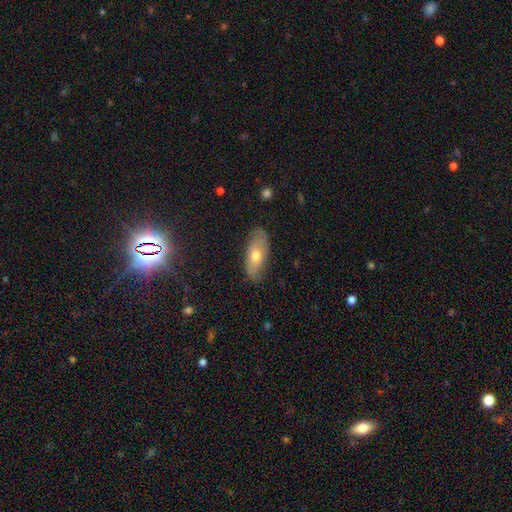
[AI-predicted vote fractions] A smooth galaxy with no disk features (51%) that is in between round and cigar-shaped (81%).

Vote fractions:
- Smooth or featured? smooth: 51% / featured or disk: 37% / star or artifact: 11%
- How rounded? in between: 81% / cigar-shaped: 15% / round: 4%
- Merging? none: 81% / minor disturbance: 15% / major disturbance: 3% / merger: 1%